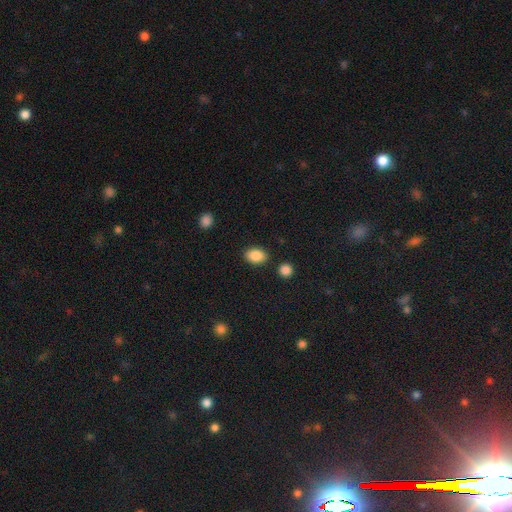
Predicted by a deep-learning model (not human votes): A smooth galaxy with no disk features (88%) that is in between round and cigar-shaped (80%).

Vote fractions:
- Smooth or featured? smooth: 88% / star or artifact: 8% / featured or disk: 4%
- How rounded? in between: 80% / round: 19% / cigar-shaped: 1%
- Merging? none: 85% / minor disturbance: 9% / merger: 4% / major disturbance: 3%